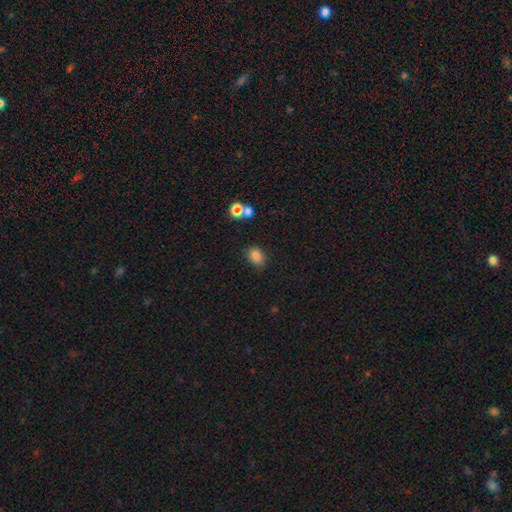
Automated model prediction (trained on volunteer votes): A smooth galaxy with no disk features (84%) that is in between round and cigar-shaped (71%). Merging: none (80%).